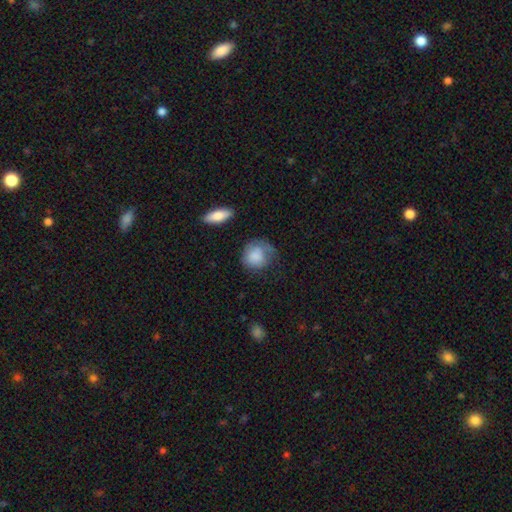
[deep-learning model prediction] A smooth galaxy with no disk features (78%) that is round (77%). Merging: none (49%).